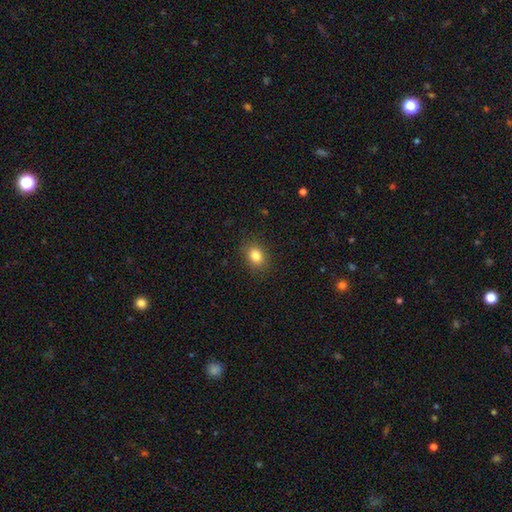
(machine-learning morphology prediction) smooth_or_featured: smooth (p=0.84) [alt: star or artifact p=0.10]
how_rounded: in between (p=0.57) [alt: round p=0.41]
merging: none (p=0.88) [alt: minor disturbance p=0.09]